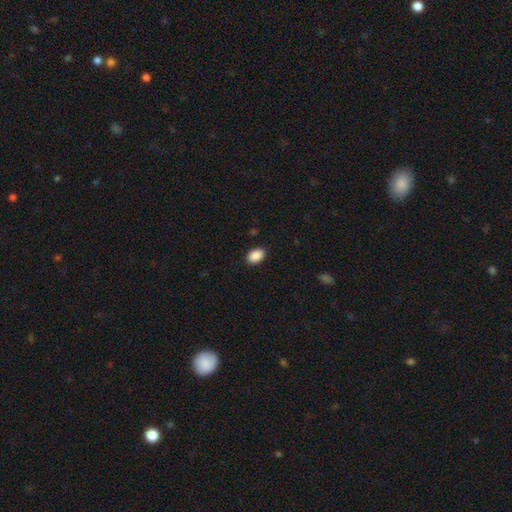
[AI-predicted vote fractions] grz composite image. It shows a smooth galaxy with no disk features (90%) that is in between round and cigar-shaped (91%). Merging: none (89%).